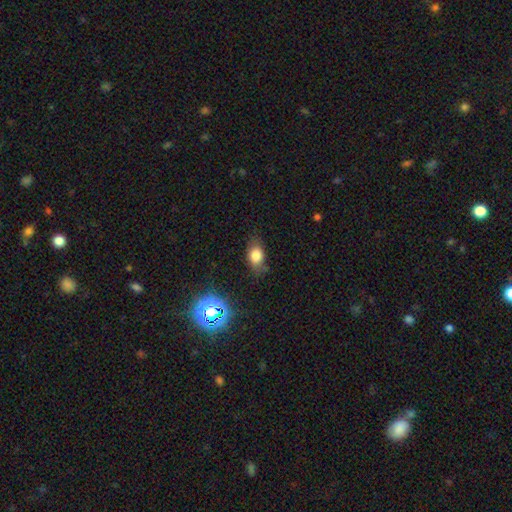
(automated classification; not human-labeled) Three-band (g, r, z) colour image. It shows a smooth galaxy with no disk features (75%) that is in between round and cigar-shaped (76%). Merging: none (69%).